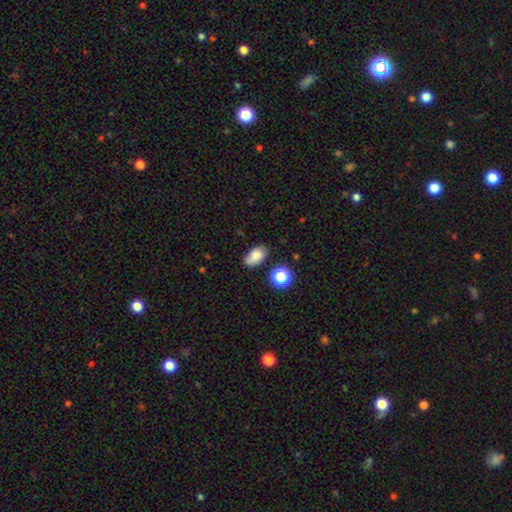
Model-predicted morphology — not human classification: type=smooth (81%); roundness=in between (90%); merging=none (75%).